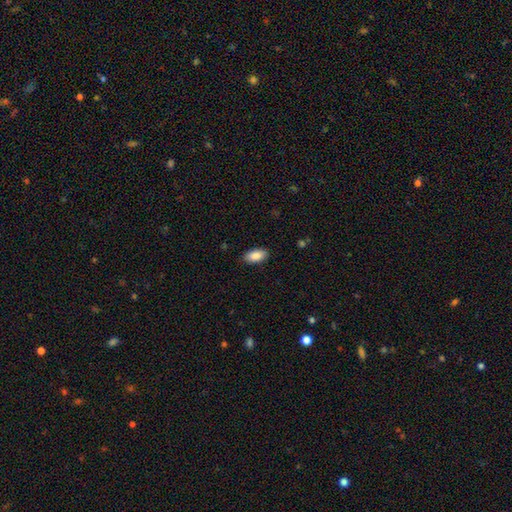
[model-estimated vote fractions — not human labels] Smooth or featured? smooth (89%)
How rounded? in between (93%)
Merging? none (88%)